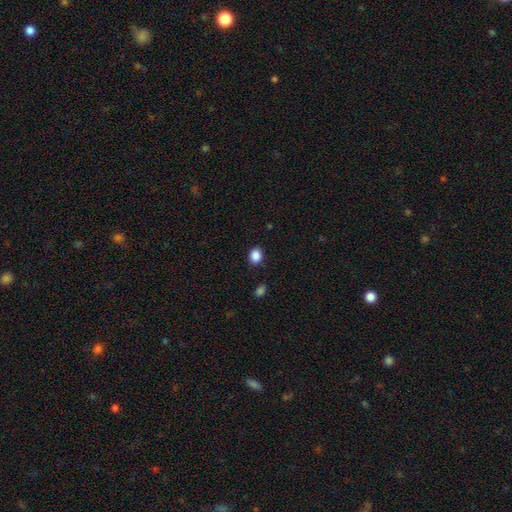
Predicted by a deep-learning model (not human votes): A smooth galaxy with no disk features (88%) that is round (52%). Merging: none (85%).